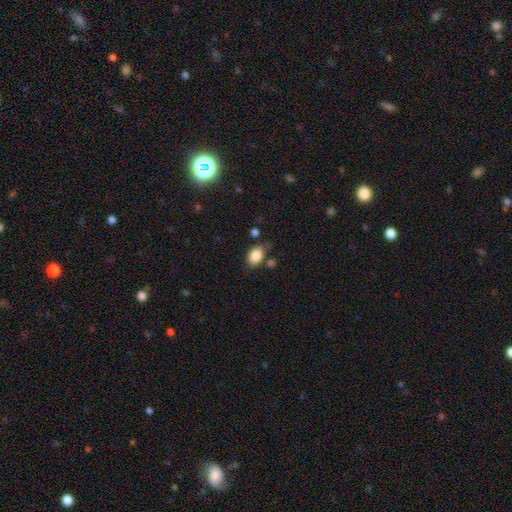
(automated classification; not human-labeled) Smooth or featured: smooth — 85% (star or artifact — 9%)
How rounded: in between — 79% (round — 20%)
Merging: none — 70% (minor disturbance — 18%)